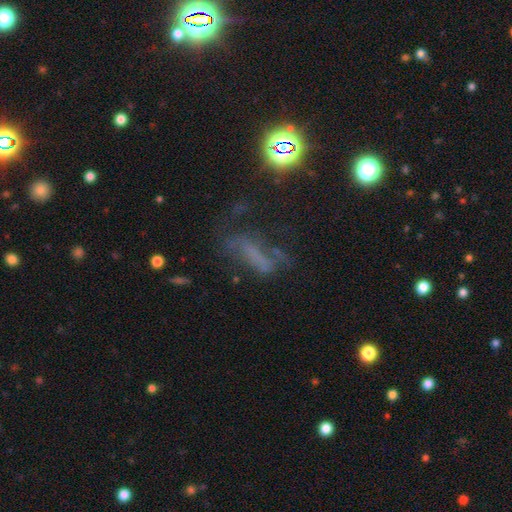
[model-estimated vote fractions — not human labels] A featured or disk galaxy (36%).

Vote fractions:
- Smooth or featured? featured or disk: 36% / smooth: 33% / star or artifact: 31%
- Merging? none: 42% / major disturbance: 30% / minor disturbance: 22% / merger: 6%